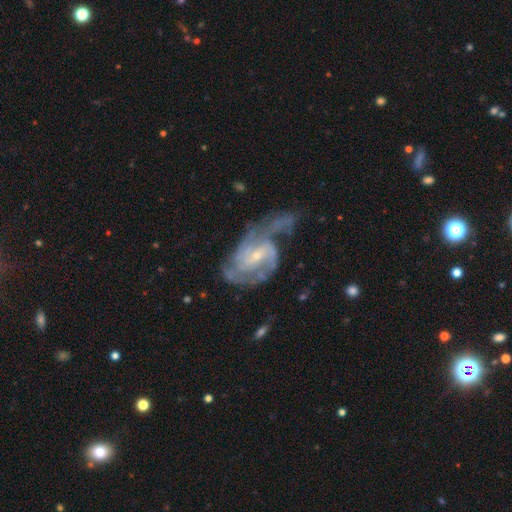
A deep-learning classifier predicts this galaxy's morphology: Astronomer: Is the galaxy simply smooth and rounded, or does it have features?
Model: featured or disk — 86%.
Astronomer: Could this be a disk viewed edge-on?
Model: no — 97%.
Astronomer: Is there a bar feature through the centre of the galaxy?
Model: weak — 44% (runner-up: no, 41%).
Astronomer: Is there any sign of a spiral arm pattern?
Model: yes — 93%.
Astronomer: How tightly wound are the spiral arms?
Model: medium — 45% (runner-up: tight, 37%).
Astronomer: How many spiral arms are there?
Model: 2 — 39% (runner-up: can't tell, 24%).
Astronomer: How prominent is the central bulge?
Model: small — 74%.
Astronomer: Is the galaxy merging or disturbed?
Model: major disturbance — 35% (runner-up: none, 34%).